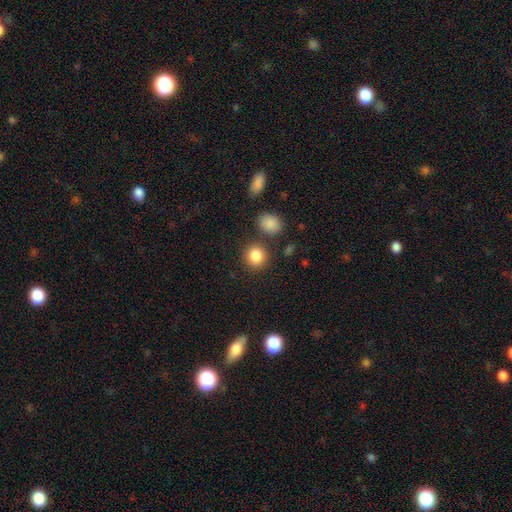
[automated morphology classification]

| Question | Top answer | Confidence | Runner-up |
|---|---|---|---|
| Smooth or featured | smooth | 86% | star or artifact (9%) |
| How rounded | round | 85% | in between (14%) |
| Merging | none | 81% | minor disturbance (8%) |